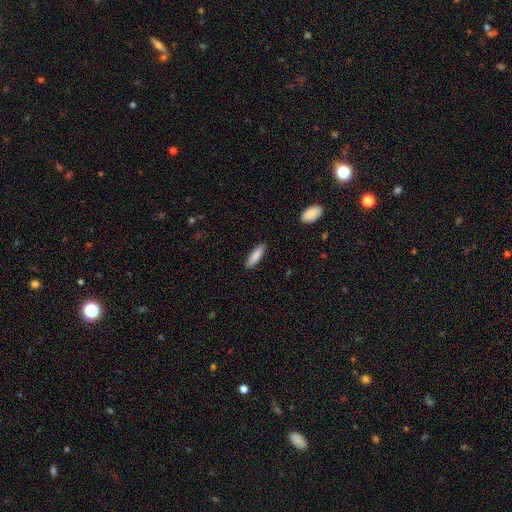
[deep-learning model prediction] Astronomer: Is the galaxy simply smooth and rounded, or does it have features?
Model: smooth — 84%.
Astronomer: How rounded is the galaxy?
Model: cigar-shaped — 59% (runner-up: in between, 40%).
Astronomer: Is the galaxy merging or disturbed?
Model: none — 89%.